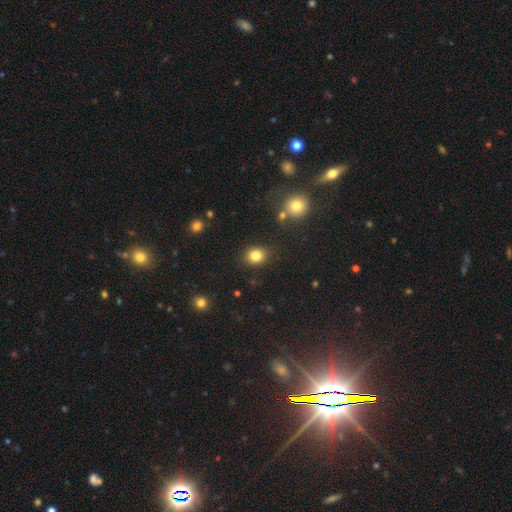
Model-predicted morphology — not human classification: A smooth galaxy with no disk features (83%) that is round (60%).

Vote fractions:
- Smooth or featured? smooth: 83% / star or artifact: 11% / featured or disk: 6%
- How rounded? round: 60% / in between: 39% / cigar-shaped: 1%
- Merging? none: 85% / minor disturbance: 9% / major disturbance: 3% / merger: 2%